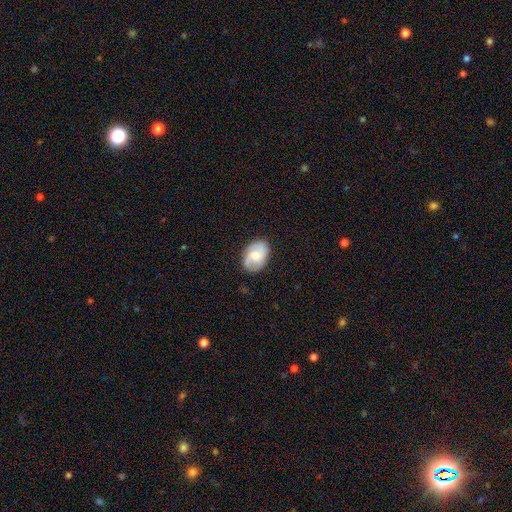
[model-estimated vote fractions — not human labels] A featured or disk galaxy (64%) with no bar (58%), 2 (77%) medium (47%) spiral arms (91%) and a moderate central bulge (56%). Merging: none (83%).